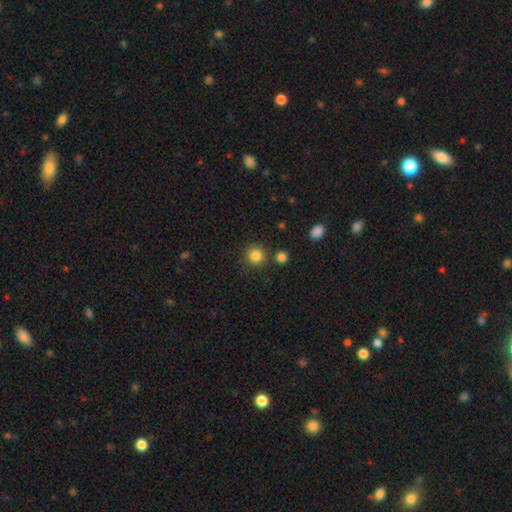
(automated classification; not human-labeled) The model was most divided on "merging": none: 81%, minor disturbance: 8%, merger: 7%, major disturbance: 3%. More confident: how rounded — round (91%); smooth or featured — smooth (85%).